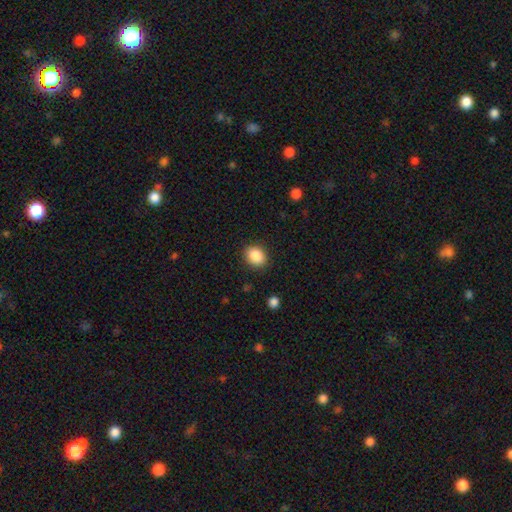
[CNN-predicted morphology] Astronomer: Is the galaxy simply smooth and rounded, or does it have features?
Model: smooth — 87%.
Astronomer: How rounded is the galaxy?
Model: in between — 52% (runner-up: round, 47%).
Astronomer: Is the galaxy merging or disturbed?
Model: none — 88%.